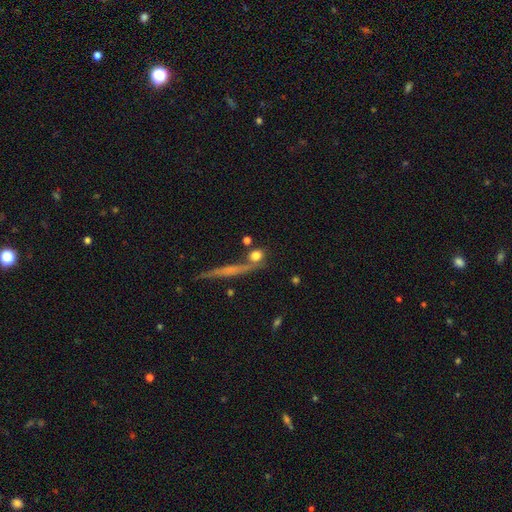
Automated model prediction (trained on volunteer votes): Morphology: type=smooth (76%); roundness=round (76%); merging=none (66%).